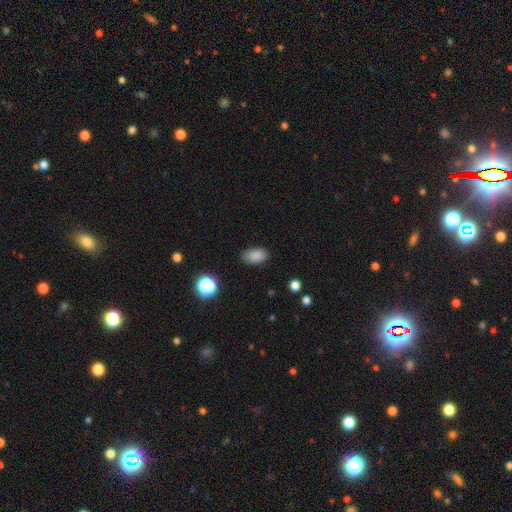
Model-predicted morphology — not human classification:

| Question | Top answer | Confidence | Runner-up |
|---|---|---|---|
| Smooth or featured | smooth | 85% | star or artifact (11%) |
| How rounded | in between | 90% | round (8%) |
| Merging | none | 81% | minor disturbance (15%) |